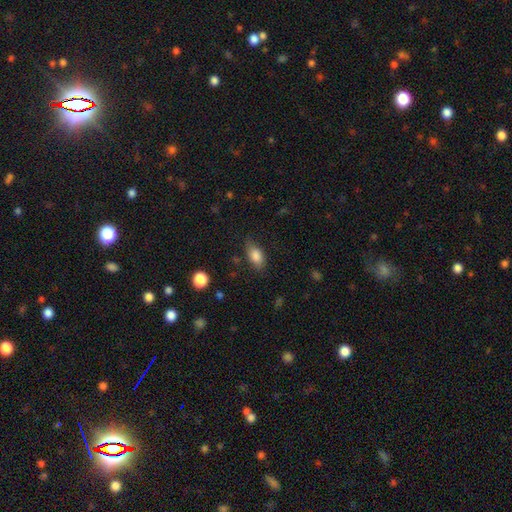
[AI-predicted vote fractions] Smooth or featured? Predicted: smooth (p=0.83). How rounded? Predicted: in between (p=0.88). Merging? Predicted: none (p=0.72).